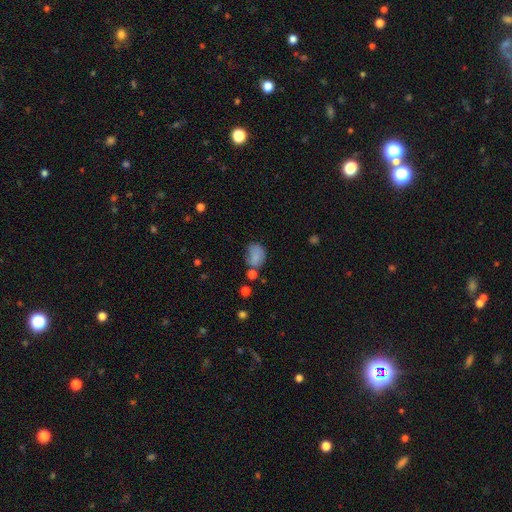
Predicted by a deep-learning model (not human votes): Smooth or featured: smooth — 78% (star or artifact — 12%)
How rounded: in between — 57% (round — 42%)
Merging: none — 49% (minor disturbance — 27%)